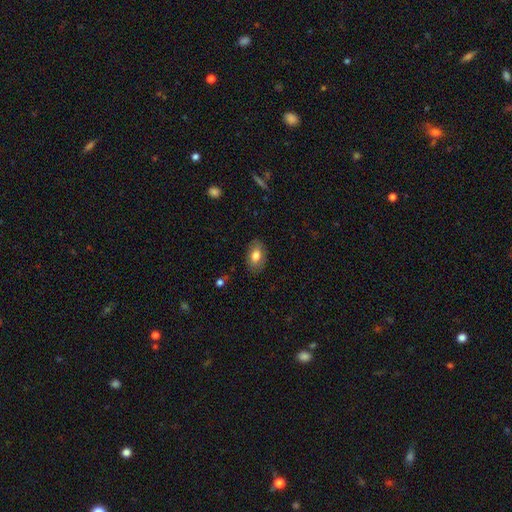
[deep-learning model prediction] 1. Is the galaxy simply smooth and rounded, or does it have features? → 75% smooth, 18% featured or disk, 7% star or artifact.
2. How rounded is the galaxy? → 89% in between, 10% round, 2% cigar-shaped.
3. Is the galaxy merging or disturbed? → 82% none, 14% minor disturbance, 3% major disturbance, 1% merger.